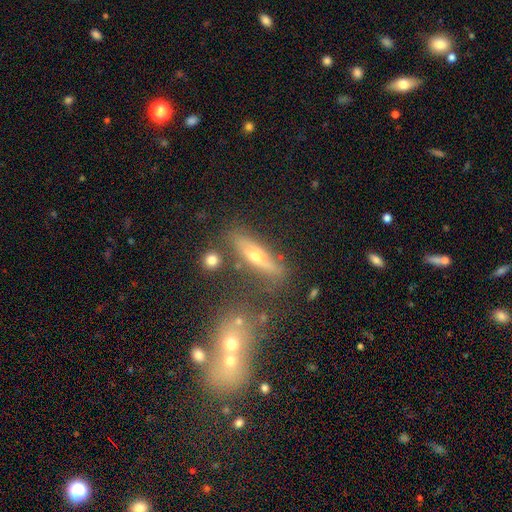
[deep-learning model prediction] Q: Smooth or featured?
A: featured or disk (50%); runner-up: smooth (38%)
Q: Edge-on disk?
A: yes (80%); runner-up: no (20%)
Q: Merging?
A: none (72%); runner-up: minor disturbance (14%)